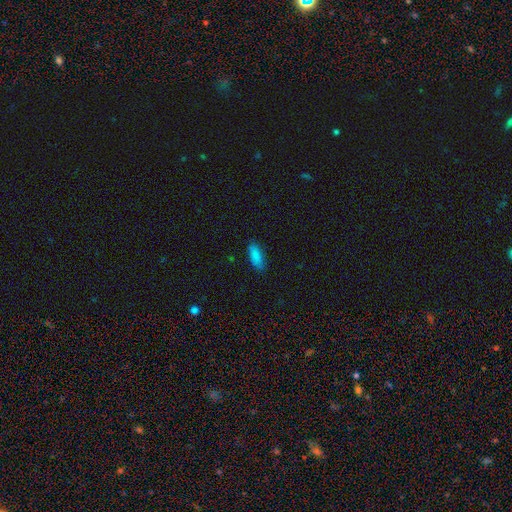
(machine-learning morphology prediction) Q: Smooth or featured?
A: smooth (87%); runner-up: star or artifact (8%)
Q: How rounded?
A: in between (72%); runner-up: cigar-shaped (26%)
Q: Merging?
A: none (83%); runner-up: minor disturbance (13%)